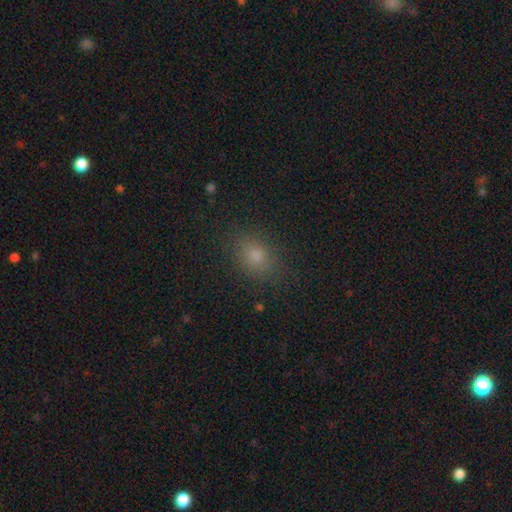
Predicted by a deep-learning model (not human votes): Overall: smooth (78%). How rounded: in between (62%; round 36%). Merging: none (83%).